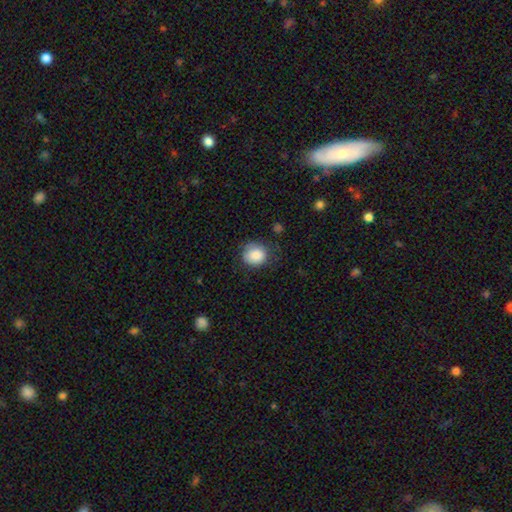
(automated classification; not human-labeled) Morphology: type=smooth (86%); roundness=round (80%); merging=none (71%).